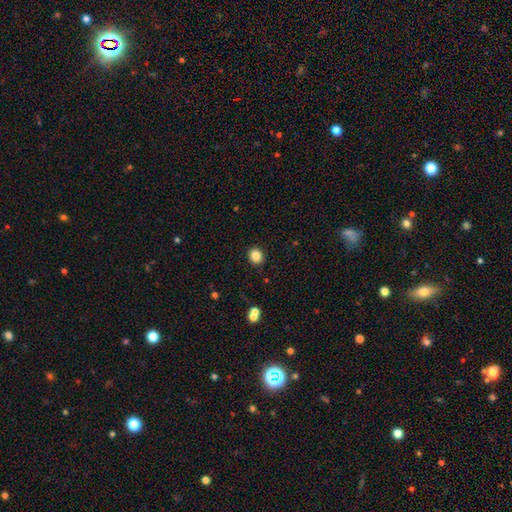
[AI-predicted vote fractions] A smooth galaxy with no disk features (85%) that is round (73%).

Vote fractions:
- Smooth or featured? smooth: 85% / star or artifact: 10% / featured or disk: 4%
- How rounded? round: 73% / in between: 26% / cigar-shaped: 1%
- Merging? none: 90% / minor disturbance: 6% / major disturbance: 2% / merger: 2%